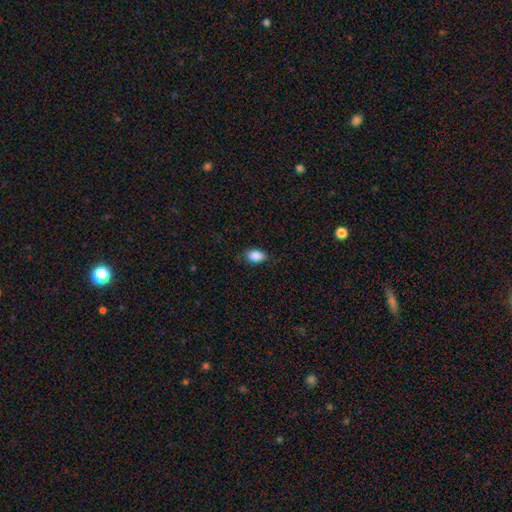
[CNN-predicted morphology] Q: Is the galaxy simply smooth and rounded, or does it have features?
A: smooth — 88%.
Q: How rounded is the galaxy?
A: in between — 87%.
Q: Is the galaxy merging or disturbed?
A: none — 81%.